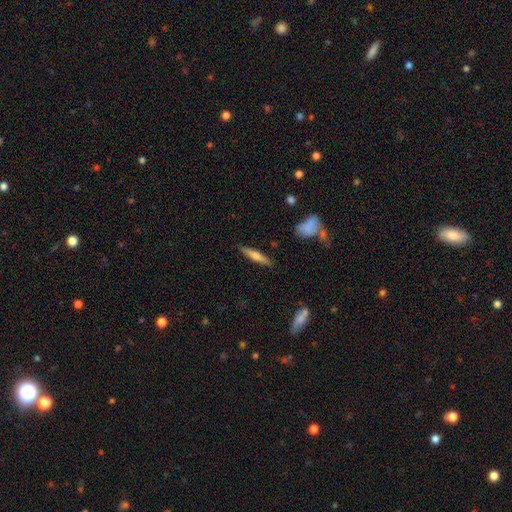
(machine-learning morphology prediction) smooth_or_featured: smooth (p=0.52) [alt: featured or disk p=0.41]
how_rounded: cigar-shaped (p=0.85) [alt: in between p=0.13]
merging: none (p=0.88) [alt: minor disturbance p=0.09]